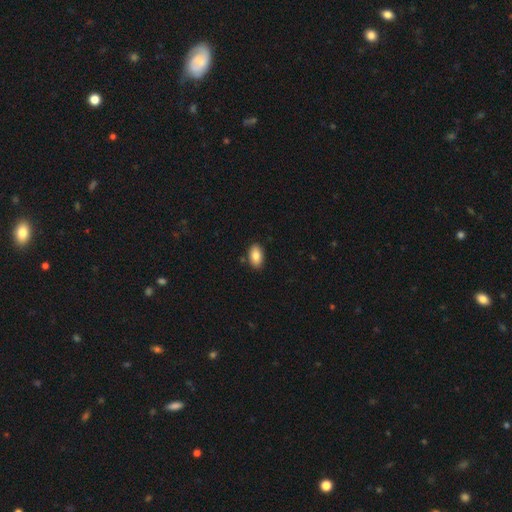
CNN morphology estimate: Q: Smooth or featured?
A: smooth (85%); runner-up: featured or disk (7%)
Q: How rounded?
A: in between (92%); runner-up: round (7%)
Q: Merging?
A: none (86%); runner-up: minor disturbance (10%)